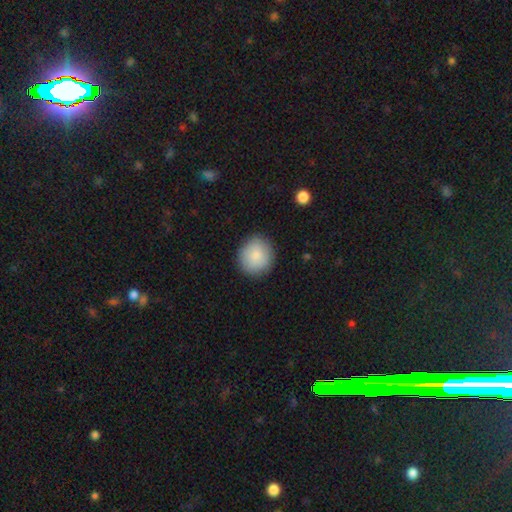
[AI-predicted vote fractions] A smooth galaxy with no disk features (83%) that is round (89%). Merging: none (88%).